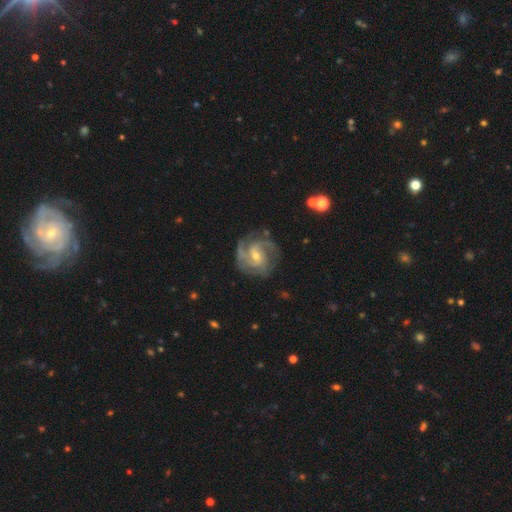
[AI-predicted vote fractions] Smooth or featured? Predicted: featured or disk (p=0.89). Edge-on disk? Predicted: no (p=0.98). Bar? Predicted: weak (p=0.48). Spiral arms? Predicted: yes (p=0.97). Spiral winding? Predicted: tight (p=0.48). Spiral arm count? Predicted: 2 (p=0.37). Bulge size? Predicted: small (p=0.49). Merging? Predicted: none (p=0.75).